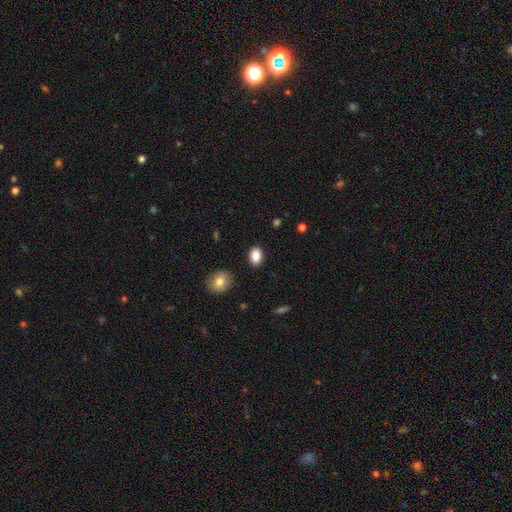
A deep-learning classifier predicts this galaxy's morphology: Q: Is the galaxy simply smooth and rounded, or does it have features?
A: smooth — 88%.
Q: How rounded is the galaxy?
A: in between — 80%.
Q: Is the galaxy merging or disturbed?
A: none — 89%.